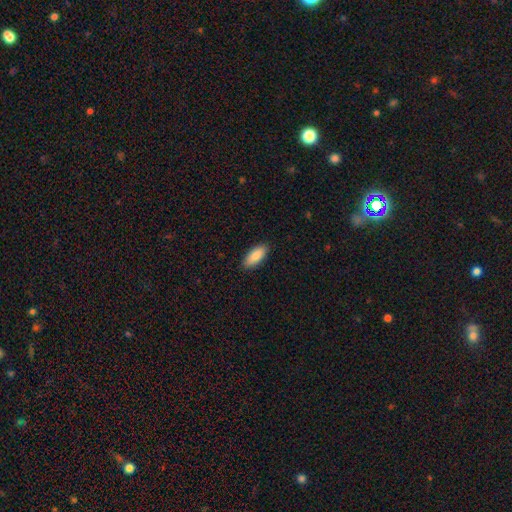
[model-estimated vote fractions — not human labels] Overall: smooth (88%). How rounded: in between (83%). Merging: none (89%).